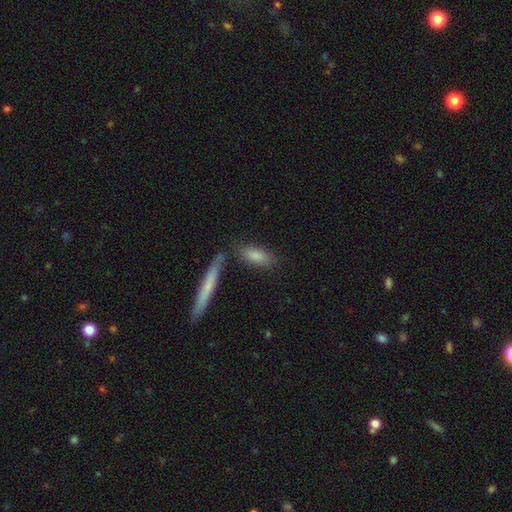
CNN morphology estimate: Smooth or featured? Predicted: smooth (p=0.82). How rounded? Predicted: in between (p=0.64). Merging? Predicted: none (p=0.72).